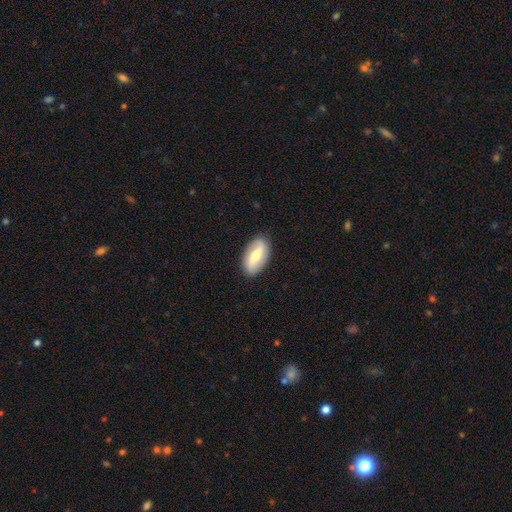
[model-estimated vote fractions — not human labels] A featured or disk galaxy (58%) with a strong bar (40%), spiral arms (77%) and a moderate central bulge (61%).

Vote fractions:
- Smooth or featured? featured or disk: 58% / smooth: 37% / star or artifact: 5%
- Edge-on disk? no: 91% / yes: 9%
- Bar? strong: 40% / weak: 38% / no: 22%
- Spiral arms? yes: 77% / no: 23%
- Bulge size? moderate: 61% / small: 30% / large: 6% / none: 2% / dominant: 1%
- Merging? none: 88% / minor disturbance: 9% / major disturbance: 2% / merger: 1%